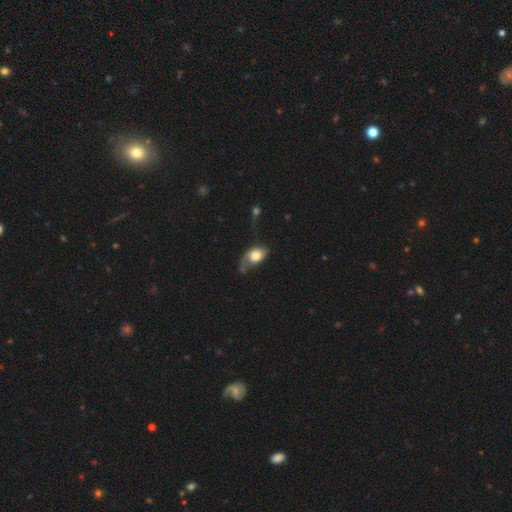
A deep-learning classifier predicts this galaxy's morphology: This appears to be a smooth galaxy with no disk features (65%) that is in between round and cigar-shaped (76%). Merging: major disturbance (32%).